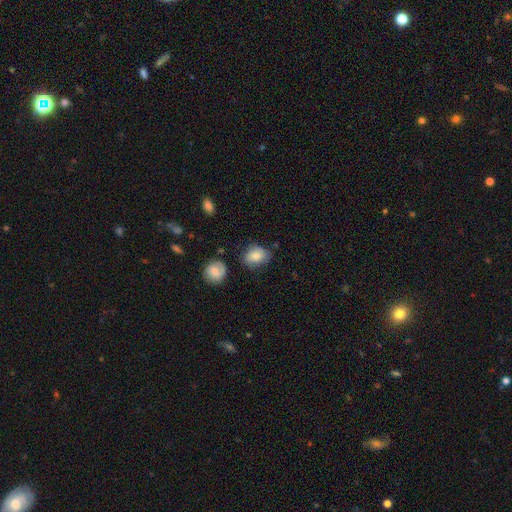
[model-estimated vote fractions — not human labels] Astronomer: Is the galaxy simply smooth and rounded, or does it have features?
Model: smooth — 82%.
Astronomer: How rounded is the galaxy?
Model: in between — 65%.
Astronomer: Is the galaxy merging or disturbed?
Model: none — 68%.